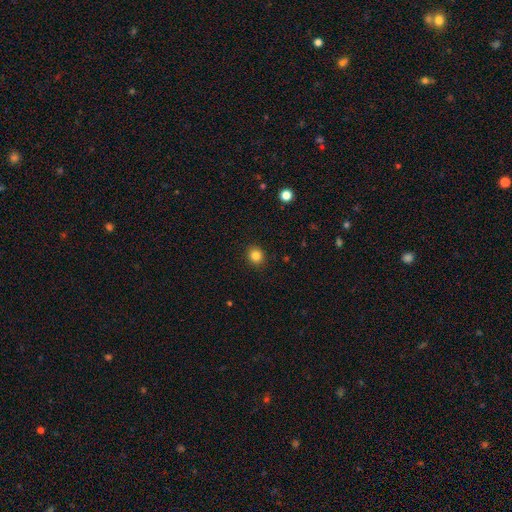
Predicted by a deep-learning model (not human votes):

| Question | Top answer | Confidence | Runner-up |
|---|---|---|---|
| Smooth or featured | smooth | 84% | star or artifact (11%) |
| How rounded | round | 83% | in between (16%) |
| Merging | none | 91% | minor disturbance (6%) |